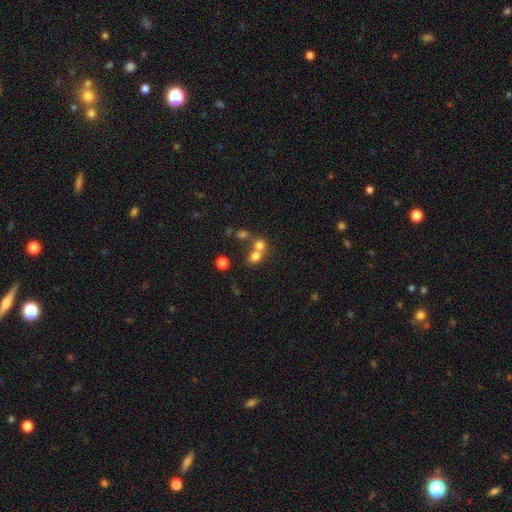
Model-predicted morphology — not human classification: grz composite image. It shows a smooth galaxy with no disk features (72%) that is round (66%). Merging: merger (54%).